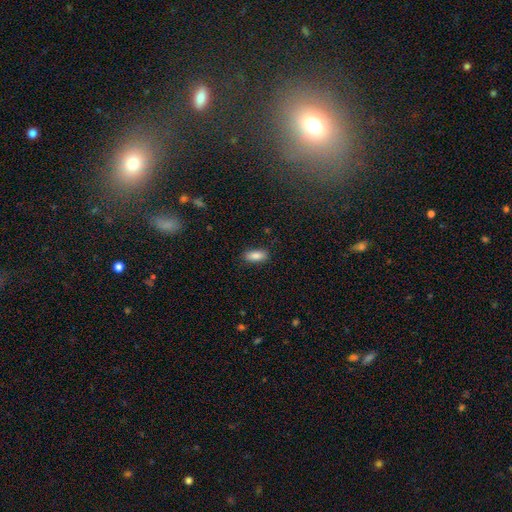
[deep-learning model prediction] Overall: smooth (87%). How rounded: in between (83%). Merging: none (86%).